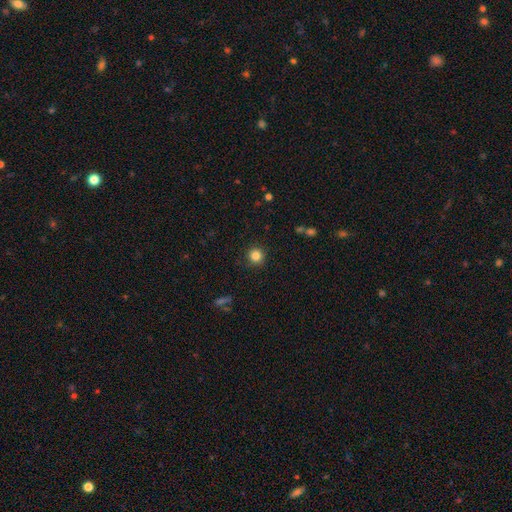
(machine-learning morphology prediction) The model was most divided on "smooth or featured": smooth: 84%, star or artifact: 12%, featured or disk: 5%. More confident: how rounded — round (94%); merging — none (89%).